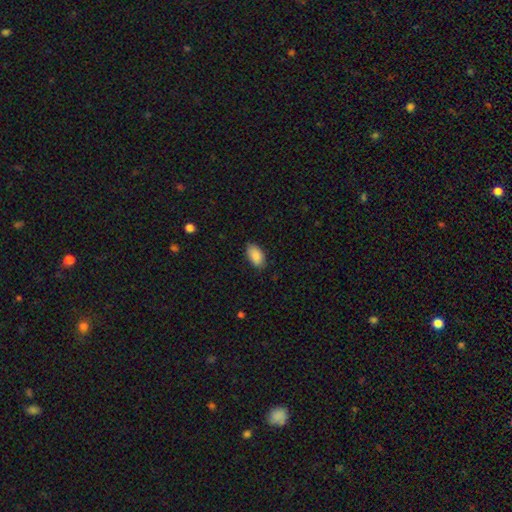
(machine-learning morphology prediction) Overall: smooth (88%). How rounded: in between (94%). Merging: none (82%).